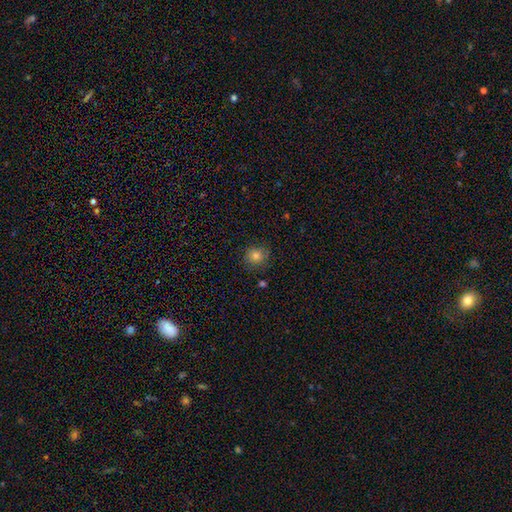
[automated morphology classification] A smooth galaxy with no disk features (78%) that is round (90%). Merging: none (83%).